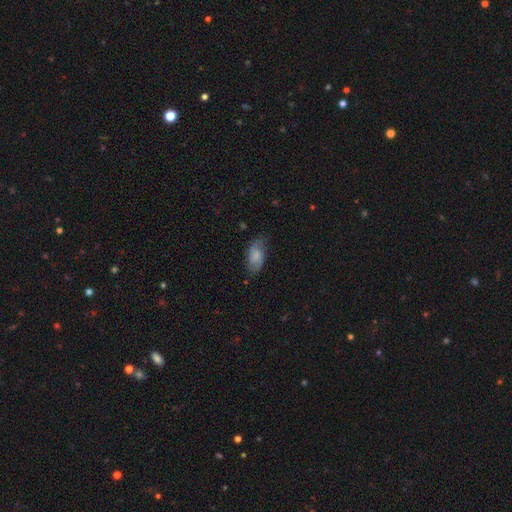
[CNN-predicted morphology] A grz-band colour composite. It shows a smooth galaxy with no disk features (61%) that is in between round and cigar-shaped (92%). Merging: none (68%).